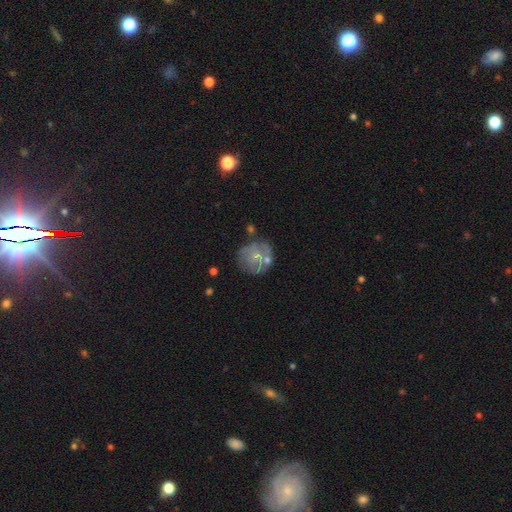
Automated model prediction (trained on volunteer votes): smooth_or_featured: featured or disk (p=0.57) [alt: smooth p=0.36]
disk_edge_on: no (p=0.98) [alt: yes p=0.02]
bar: no (p=0.85) [alt: weak p=0.12]
has_spiral_arms: no (p=0.58) [alt: yes p=0.42]
bulge_size: small (p=0.71) [alt: moderate p=0.18]
merging: none (p=0.52) [alt: minor disturbance p=0.22]